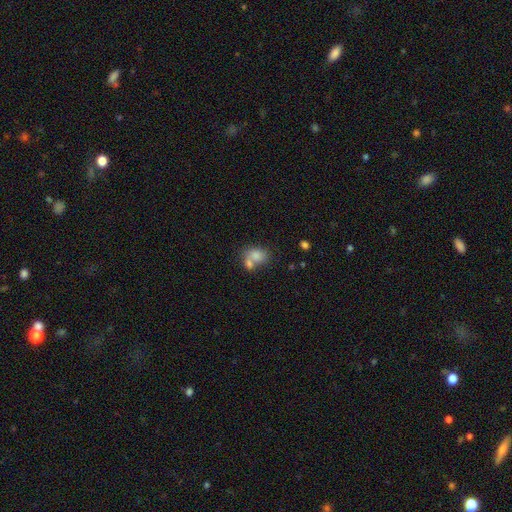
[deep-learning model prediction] Smooth or featured?
  - smooth: 79% *
  - featured or disk: 12%
  - star or artifact: 10%
How rounded?
  - in between: 68% *
  - round: 31%
  - cigar-shaped: 1%
Merging?
  - merger: 54% *
  - none: 30%
  - minor disturbance: 10%
  - major disturbance: 6%